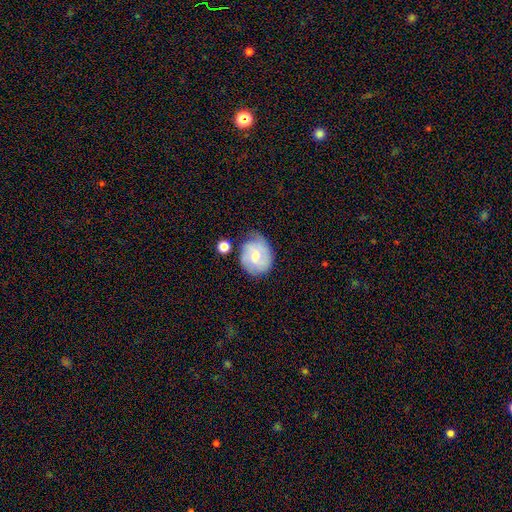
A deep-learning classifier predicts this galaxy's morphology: type=smooth (49%); merging=none (57%).